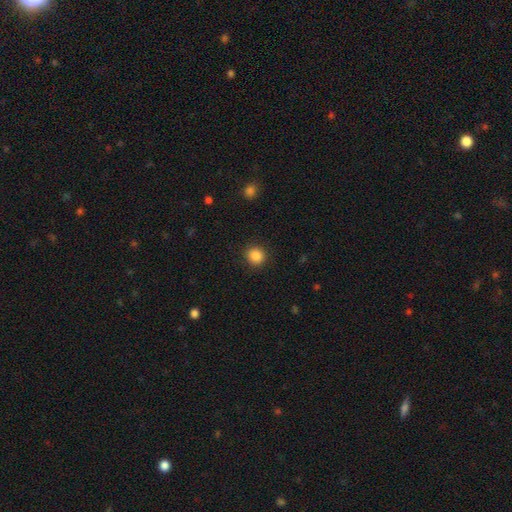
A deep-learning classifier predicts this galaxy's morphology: smooth_or_featured: smooth (p=0.87) [alt: star or artifact p=0.10]
how_rounded: round (p=0.89) [alt: in between p=0.10]
merging: none (p=0.91) [alt: minor disturbance p=0.06]